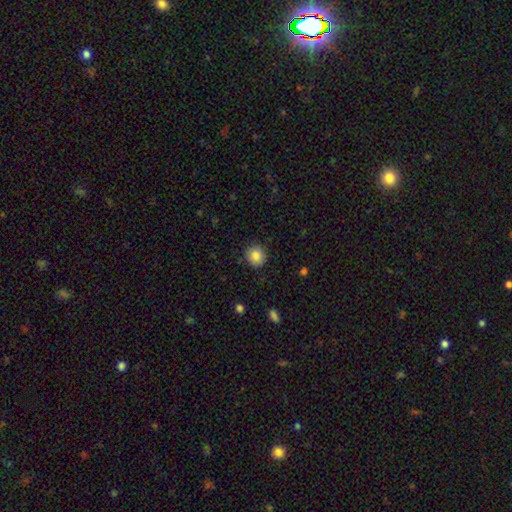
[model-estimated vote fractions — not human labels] This is clearly a smooth galaxy (86%). How rounded: clearly round (91%). Merging: clearly none (88%).